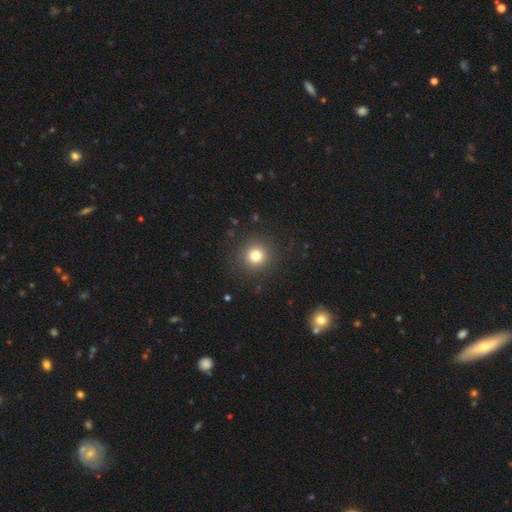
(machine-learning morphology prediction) A smooth galaxy with no disk features (80%) that is round (93%).

Vote fractions:
- Smooth or featured? smooth: 80% / star or artifact: 13% / featured or disk: 8%
- How rounded? round: 93% / in between: 6% / cigar-shaped: 1%
- Merging? none: 89% / minor disturbance: 6% / major disturbance: 3% / merger: 1%